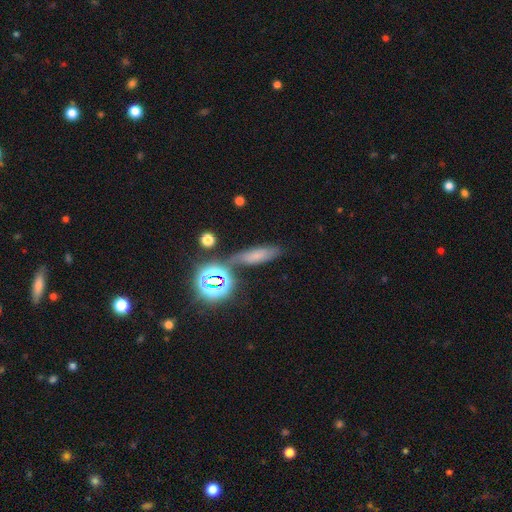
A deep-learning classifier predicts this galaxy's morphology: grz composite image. It shows a smooth galaxy with no disk features (55%) that is in between round and cigar-shaped (45%, tied with cigar-shaped). Merging: none (62%).